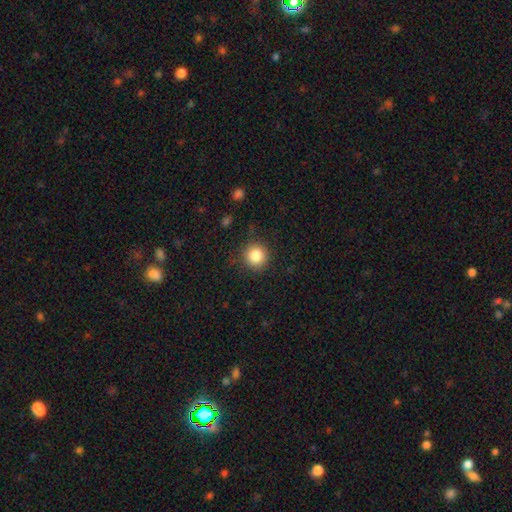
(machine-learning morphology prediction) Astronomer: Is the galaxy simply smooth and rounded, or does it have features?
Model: smooth — 84%.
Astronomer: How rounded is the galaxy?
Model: round — 93%.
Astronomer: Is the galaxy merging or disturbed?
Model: none — 88%.